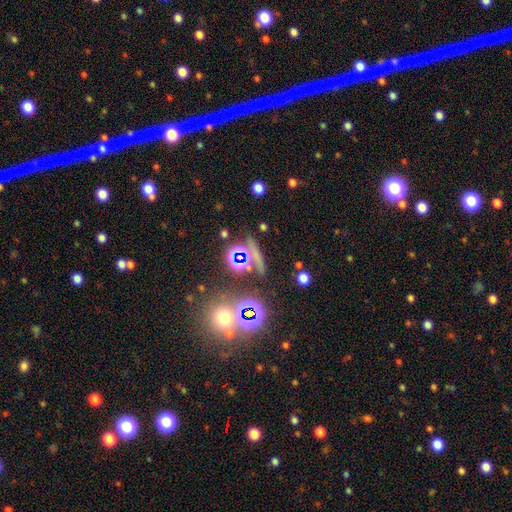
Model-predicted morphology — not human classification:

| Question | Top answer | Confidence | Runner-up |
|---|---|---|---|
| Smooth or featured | star or artifact | 55% | smooth (29%) |